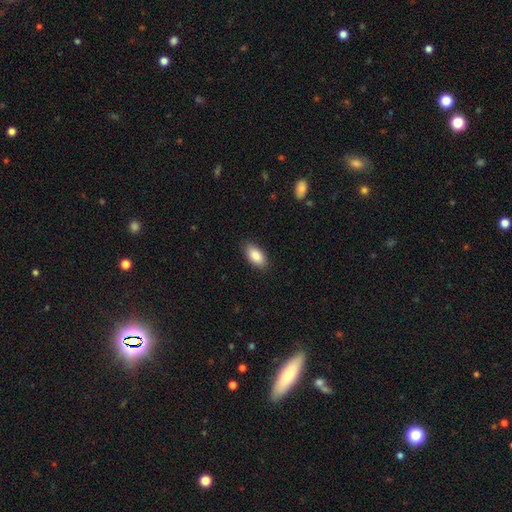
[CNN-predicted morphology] smooth_or_featured: smooth (p=0.89) [alt: star or artifact p=0.06]
how_rounded: in between (p=0.93) [alt: cigar-shaped p=0.05]
merging: none (p=0.88) [alt: minor disturbance p=0.09]